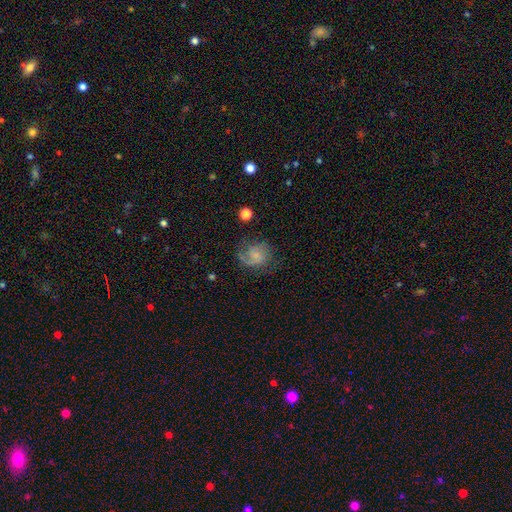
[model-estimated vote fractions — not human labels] Morphology: type=featured or disk (54%); edge-on=no (98%); bar=no (66%); spiral arms=yes (84%); bulge=small (56%); merging=none (53%).